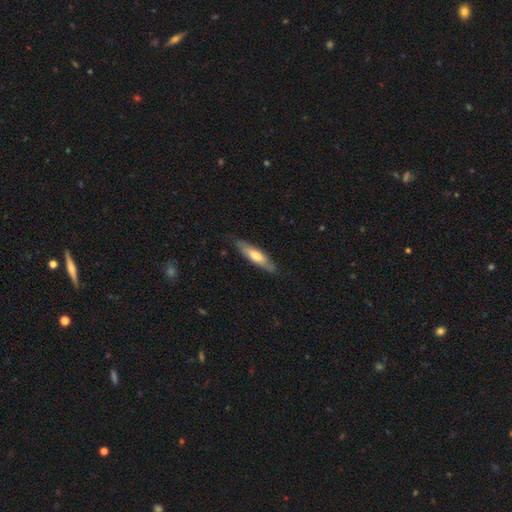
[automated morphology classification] smooth 57%, featured or disk 38%, star or artifact 5%. Down the decision tree: how rounded — cigar-shaped (73%); merging — none (82%).